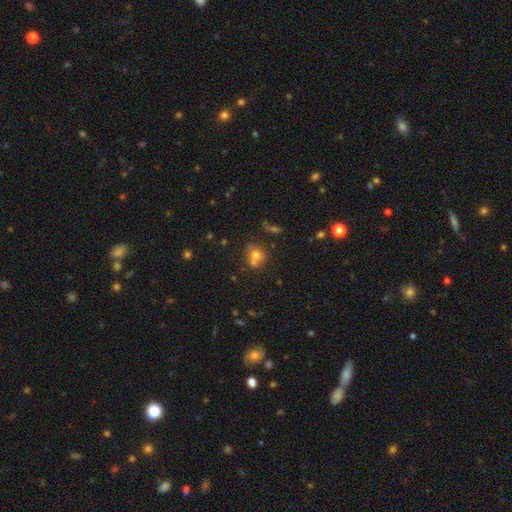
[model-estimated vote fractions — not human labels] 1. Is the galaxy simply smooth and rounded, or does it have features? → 63% smooth, 20% featured or disk, 18% star or artifact.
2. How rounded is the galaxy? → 73% round, 25% in between, 1% cigar-shaped.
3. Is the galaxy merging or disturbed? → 46% none, 34% merger, 14% minor disturbance, 7% major disturbance.